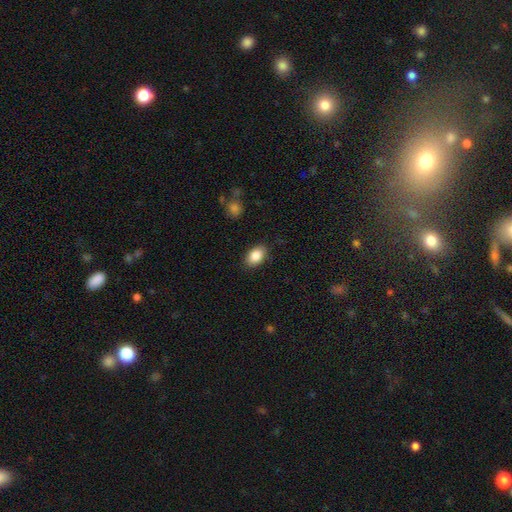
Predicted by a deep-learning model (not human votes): Smooth or featured?
  - smooth: 87% *
  - star or artifact: 7%
  - featured or disk: 6%
How rounded?
  - in between: 87% *
  - round: 11%
  - cigar-shaped: 1%
Merging?
  - none: 87% *
  - minor disturbance: 10%
  - major disturbance: 2%
  - merger: 1%